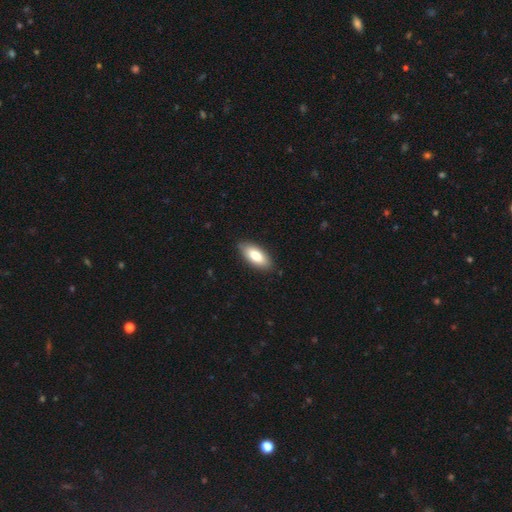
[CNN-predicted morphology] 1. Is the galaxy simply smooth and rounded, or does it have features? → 79% smooth, 15% featured or disk, 6% star or artifact.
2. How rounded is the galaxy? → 86% in between, 12% cigar-shaped, 2% round.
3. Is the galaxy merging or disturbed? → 86% none, 11% minor disturbance, 2% major disturbance, 1% merger.